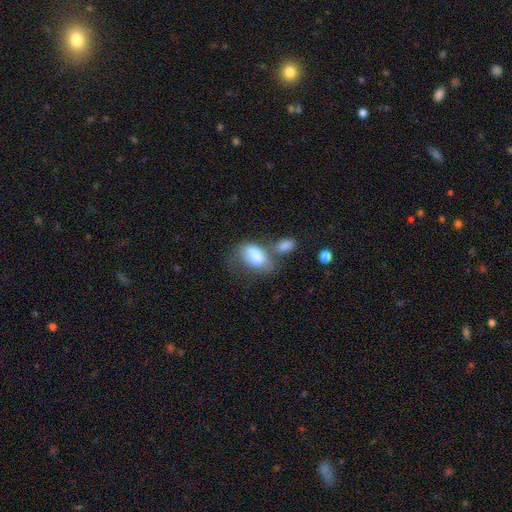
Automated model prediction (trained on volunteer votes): smooth_or_featured: smooth (p=0.78) [alt: featured or disk p=0.15]
how_rounded: in between (p=0.92) [alt: round p=0.05]
merging: merger (p=0.37) [alt: none p=0.27]